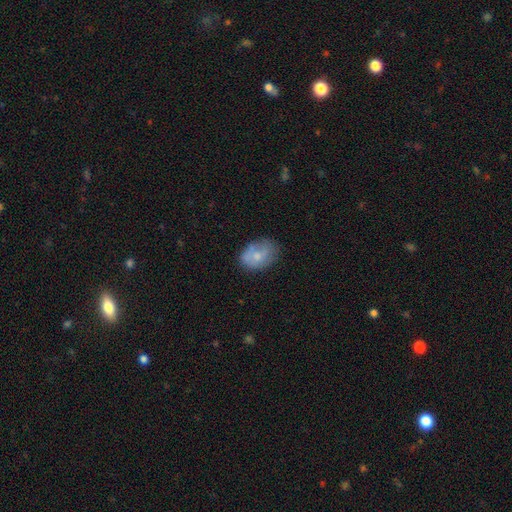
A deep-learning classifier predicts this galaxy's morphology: A smooth galaxy with no disk features (66%) that is in between round and cigar-shaped (77%).

Vote fractions:
- Smooth or featured? smooth: 66% / featured or disk: 27% / star or artifact: 7%
- How rounded? in between: 77% / round: 22% / cigar-shaped: 1%
- Merging? none: 60% / minor disturbance: 27% / major disturbance: 9% / merger: 4%